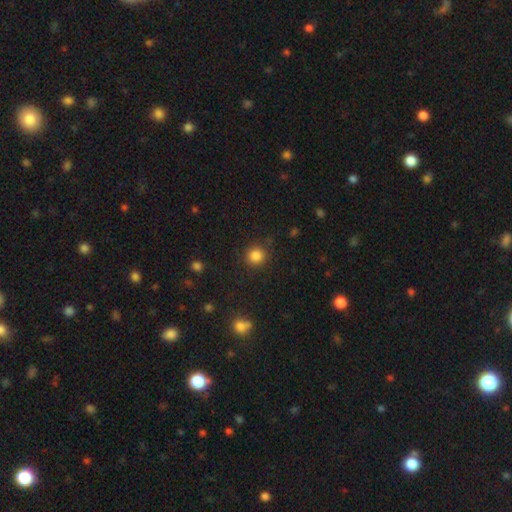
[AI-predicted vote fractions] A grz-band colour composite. It shows a smooth galaxy with no disk features (84%) that is round (91%). Merging: none (88%).